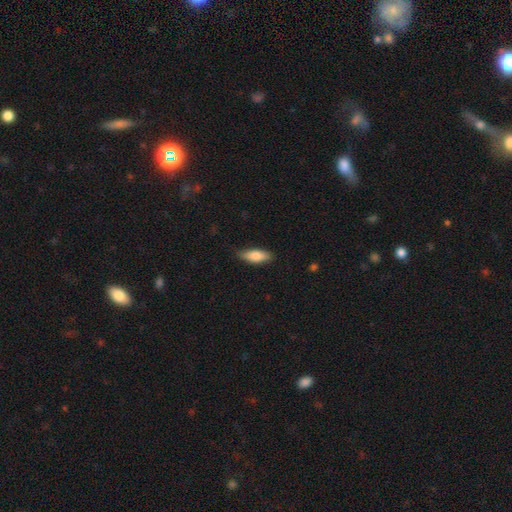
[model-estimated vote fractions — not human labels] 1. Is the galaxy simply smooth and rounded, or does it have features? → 79% smooth, 15% featured or disk, 6% star or artifact.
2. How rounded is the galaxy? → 67% in between, 31% cigar-shaped, 2% round.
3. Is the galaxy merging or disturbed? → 83% none, 14% minor disturbance, 2% major disturbance, 1% merger.